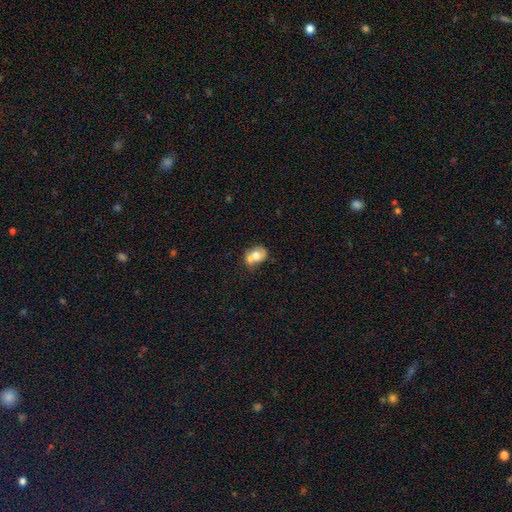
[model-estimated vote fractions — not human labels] smooth 66%, featured or disk 26%, star or artifact 8%. Down the decision tree: how rounded — in between (65%); merging — merger (48%).